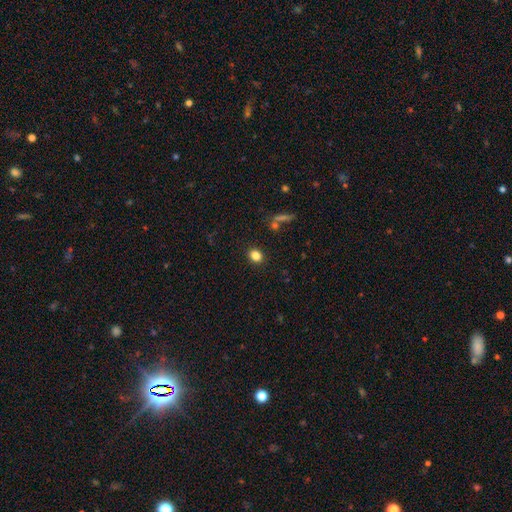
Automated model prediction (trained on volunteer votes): Smooth or featured? Predicted: smooth (p=0.83). How rounded? Predicted: round (p=0.60). Merging? Predicted: none (p=0.88).